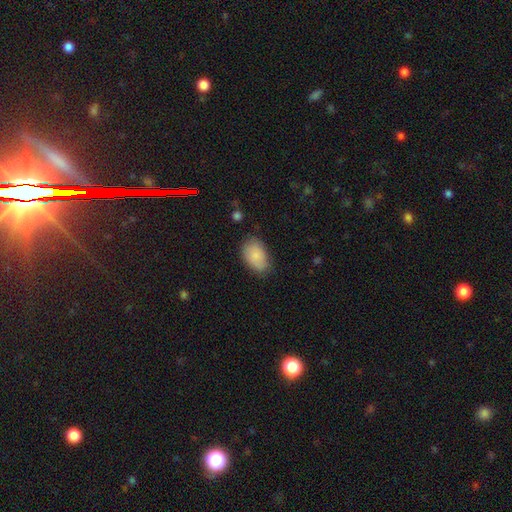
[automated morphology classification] A smooth galaxy with no disk features (84%) that is in between round and cigar-shaped (90%).

Vote fractions:
- Smooth or featured? smooth: 84% / featured or disk: 9% / star or artifact: 7%
- How rounded? in between: 90% / round: 9% / cigar-shaped: 1%
- Merging? none: 70% / minor disturbance: 24% / major disturbance: 5% / merger: 2%